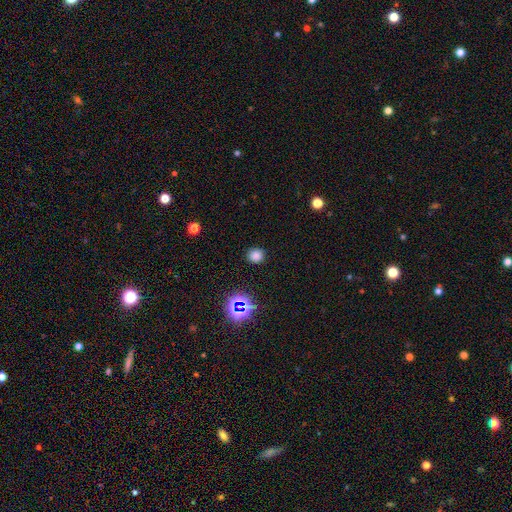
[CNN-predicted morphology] smooth 75%, star or artifact 20%, featured or disk 5%. Down the decision tree: how rounded — round (85%); merging — none (89%).